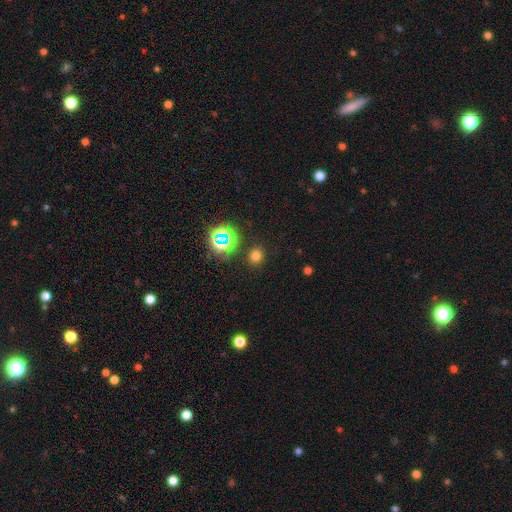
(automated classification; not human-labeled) A smooth galaxy with no disk features (70%) that is round (76%).

Vote fractions:
- Smooth or featured? smooth: 70% / star or artifact: 25% / featured or disk: 5%
- How rounded? round: 76% / in between: 23% / cigar-shaped: 1%
- Merging? none: 87% / minor disturbance: 7% / major disturbance: 3% / merger: 3%